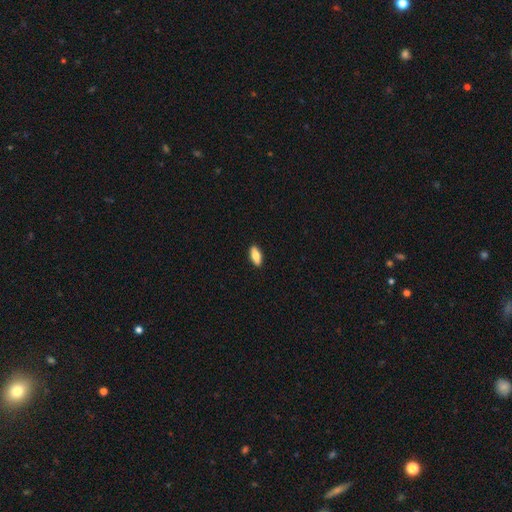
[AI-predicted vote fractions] smooth 79%, featured or disk 15%, star or artifact 6%. Down the decision tree: how rounded — in between (76%); merging — none (90%).